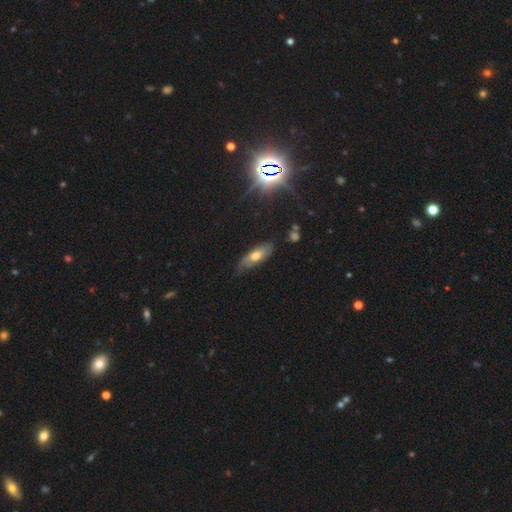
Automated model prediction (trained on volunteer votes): Q: Smooth or featured?
A: smooth (61%); runner-up: featured or disk (30%)
Q: How rounded?
A: in between (67%); runner-up: cigar-shaped (31%)
Q: Merging?
A: none (66%); runner-up: minor disturbance (27%)